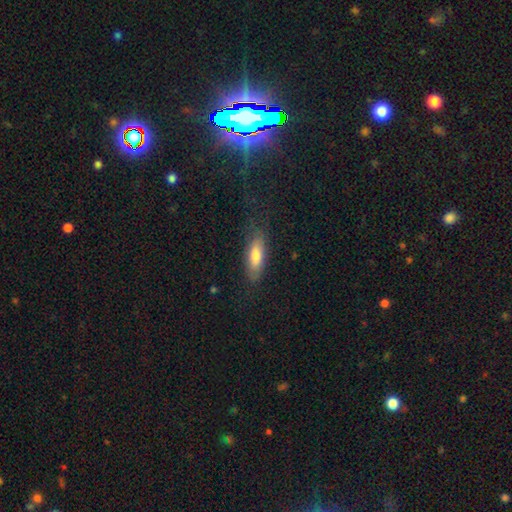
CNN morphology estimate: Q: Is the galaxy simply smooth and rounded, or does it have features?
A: smooth — 72%.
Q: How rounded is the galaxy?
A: in between — 62%.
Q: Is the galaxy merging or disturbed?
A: none — 74%.